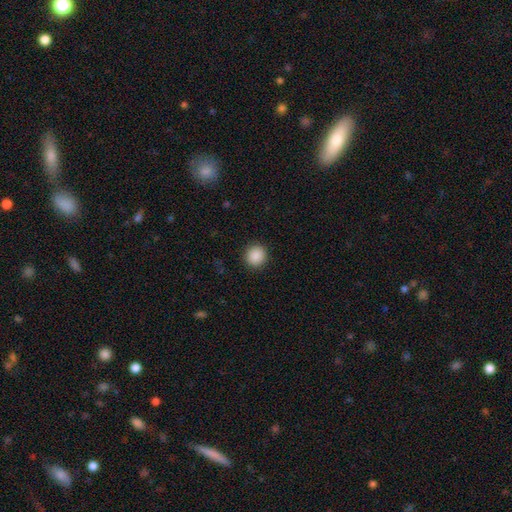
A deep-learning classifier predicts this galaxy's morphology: Q: Smooth or featured?
A: smooth (89%); runner-up: star or artifact (9%)
Q: How rounded?
A: round (93%); runner-up: in between (6%)
Q: Merging?
A: none (92%); runner-up: minor disturbance (5%)